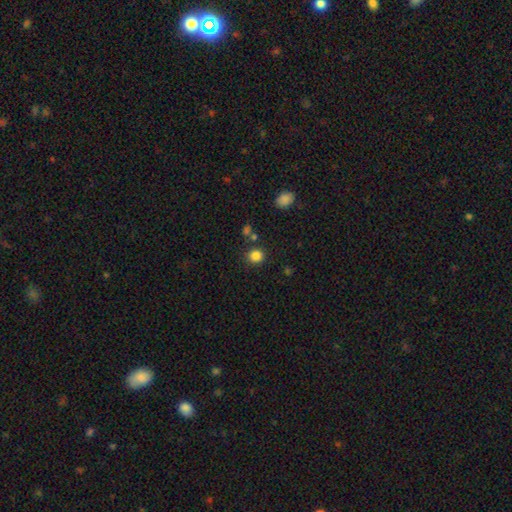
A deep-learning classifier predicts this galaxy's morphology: Smooth or featured: smooth — 84% (star or artifact — 12%)
How rounded: round — 87% (in between — 12%)
Merging: none — 83% (minor disturbance — 8%)